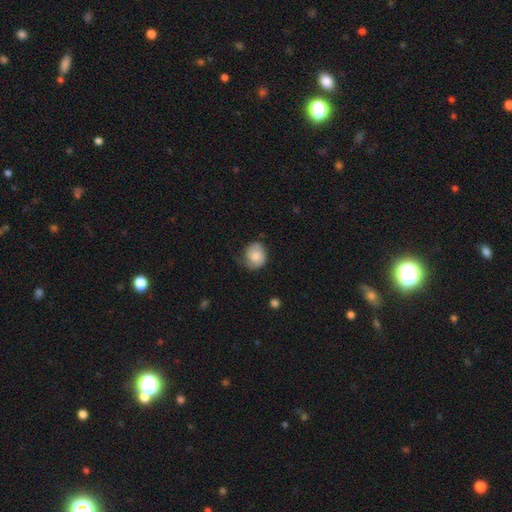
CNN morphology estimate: A smooth galaxy with no disk features (68%) that is round (69%).

Vote fractions:
- Smooth or featured? smooth: 68% / featured or disk: 25% / star or artifact: 7%
- How rounded? round: 69% / in between: 30% / cigar-shaped: 1%
- Merging? none: 51% / minor disturbance: 33% / major disturbance: 15% / merger: 2%